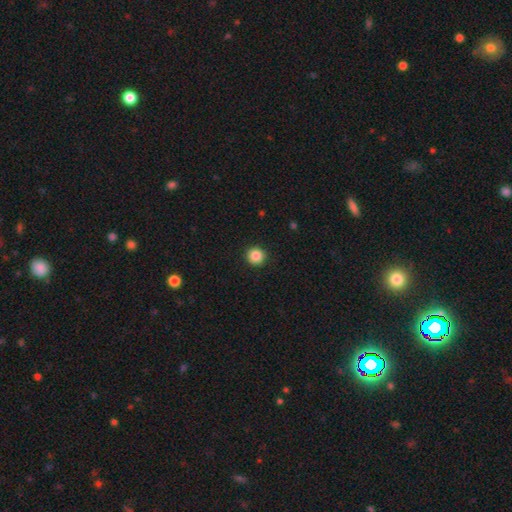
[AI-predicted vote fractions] This is clearly a smooth galaxy (87%). How rounded: clearly round (95%). Merging: clearly none (93%).